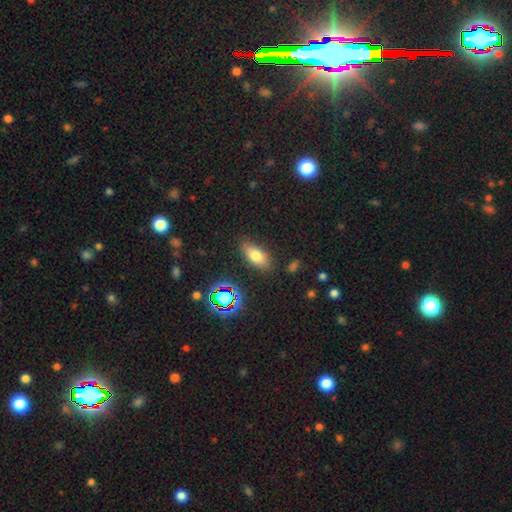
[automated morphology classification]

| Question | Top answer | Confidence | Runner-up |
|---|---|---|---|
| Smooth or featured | smooth | 71% | star or artifact (15%) |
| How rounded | in between | 84% | cigar-shaped (10%) |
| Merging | none | 83% | minor disturbance (12%) |